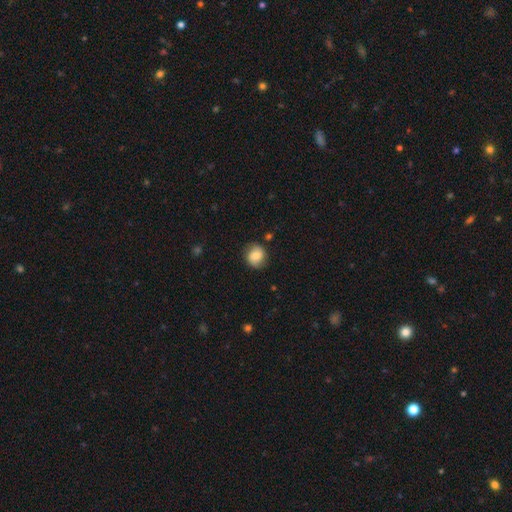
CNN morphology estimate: smooth_or_featured: smooth (p=0.67) [alt: featured or disk p=0.24]
how_rounded: round (p=0.82) [alt: in between p=0.17]
merging: none (p=0.81) [alt: minor disturbance p=0.14]